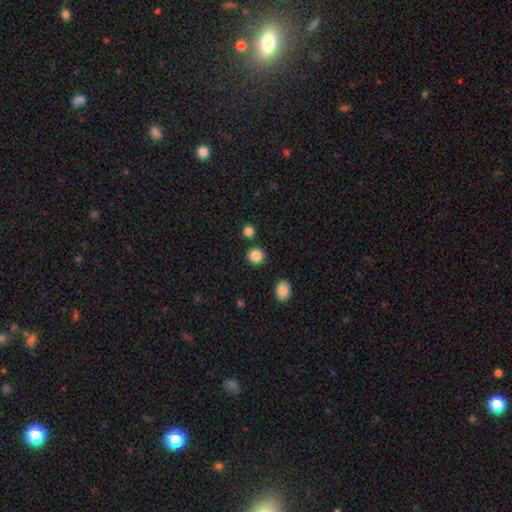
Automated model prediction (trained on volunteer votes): Q: Smooth or featured?
A: smooth (86%); runner-up: star or artifact (10%)
Q: How rounded?
A: round (89%); runner-up: in between (10%)
Q: Merging?
A: none (87%); runner-up: minor disturbance (6%)